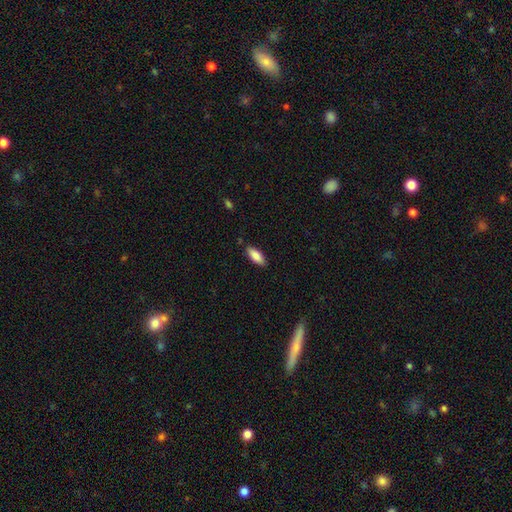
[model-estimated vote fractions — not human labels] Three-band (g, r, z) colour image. It shows a smooth galaxy with no disk features (86%) that is in between round and cigar-shaped (78%). Merging: none (85%).